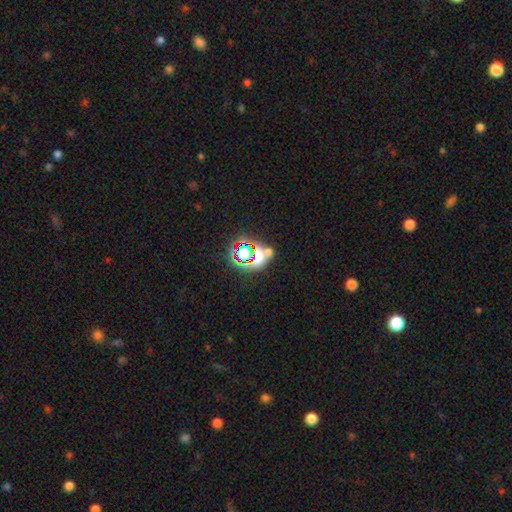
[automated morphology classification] The model was most divided on "smooth or featured": star or artifact: 56%, smooth: 31%, featured or disk: 13%.